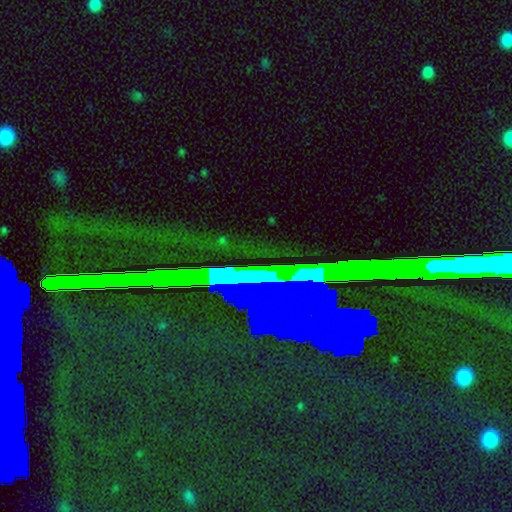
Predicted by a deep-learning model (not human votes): Smooth or featured? Predicted: star or artifact (p=0.77).